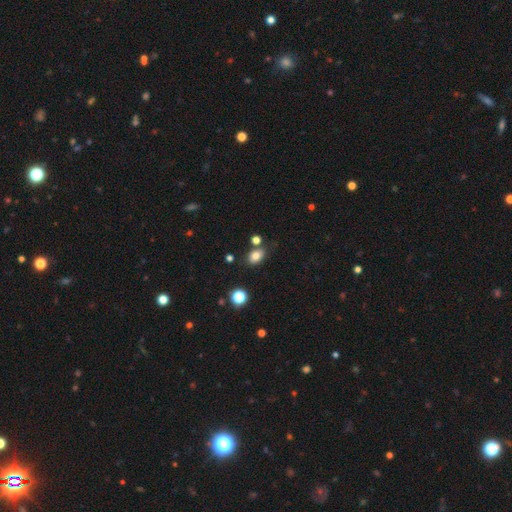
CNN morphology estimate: smooth 80%, star or artifact 12%, featured or disk 8%. Down the decision tree: how rounded — in between (78%); merging — none (75%).